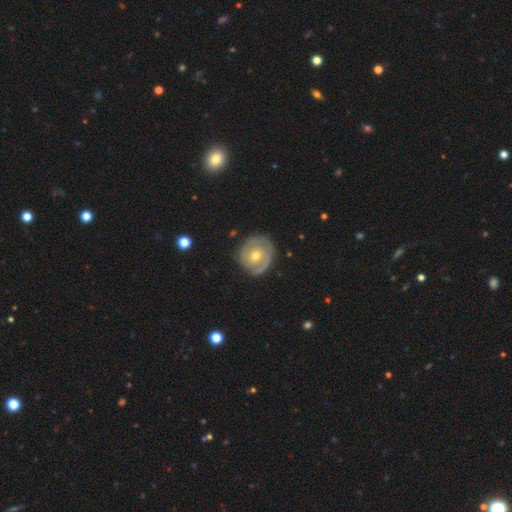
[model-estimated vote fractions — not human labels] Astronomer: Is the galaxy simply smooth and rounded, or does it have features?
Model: featured or disk — 71%.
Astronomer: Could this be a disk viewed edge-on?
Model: no — 97%.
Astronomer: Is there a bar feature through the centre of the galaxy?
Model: no — 69%.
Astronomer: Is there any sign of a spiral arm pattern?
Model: yes — 82%.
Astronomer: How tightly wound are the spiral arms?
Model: tight — 62%.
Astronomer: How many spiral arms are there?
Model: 2 — 51%.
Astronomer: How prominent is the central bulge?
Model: moderate — 66%.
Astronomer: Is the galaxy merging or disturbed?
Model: none — 78%.